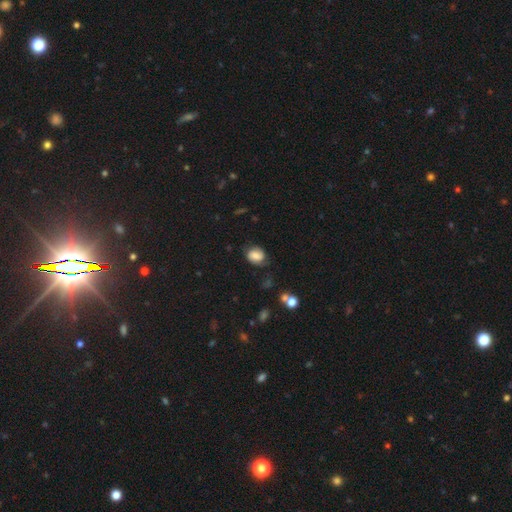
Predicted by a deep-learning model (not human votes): A smooth galaxy with no disk features (63%) that is in between round and cigar-shaped (59%).

Vote fractions:
- Smooth or featured? smooth: 63% / featured or disk: 27% / star or artifact: 10%
- How rounded? in between: 59% / round: 40% / cigar-shaped: 1%
- Merging? none: 63% / minor disturbance: 25% / major disturbance: 10% / merger: 2%